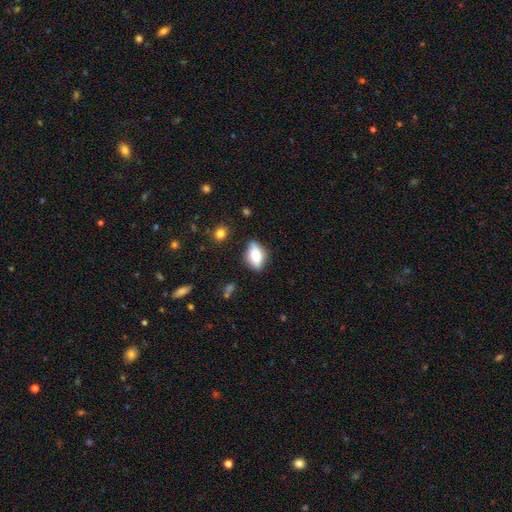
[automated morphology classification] Smooth or featured? smooth (71%)
How rounded? in between (84%)
Merging? none (71%)